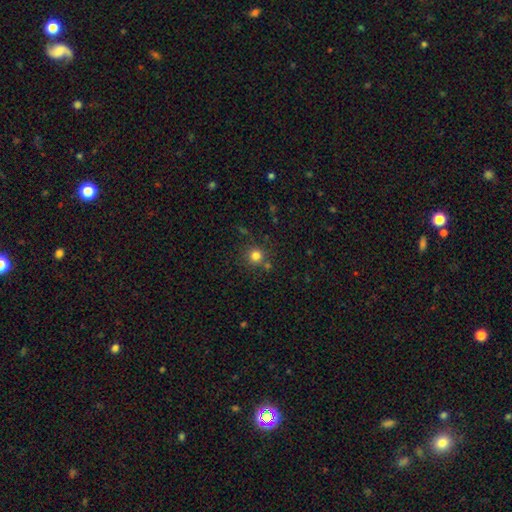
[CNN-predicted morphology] A smooth galaxy with no disk features (80%) that is round (93%).

Vote fractions:
- Smooth or featured? smooth: 80% / star or artifact: 14% / featured or disk: 6%
- How rounded? round: 93% / in between: 6% / cigar-shaped: 1%
- Merging? none: 77% / merger: 10% / minor disturbance: 9% / major disturbance: 3%